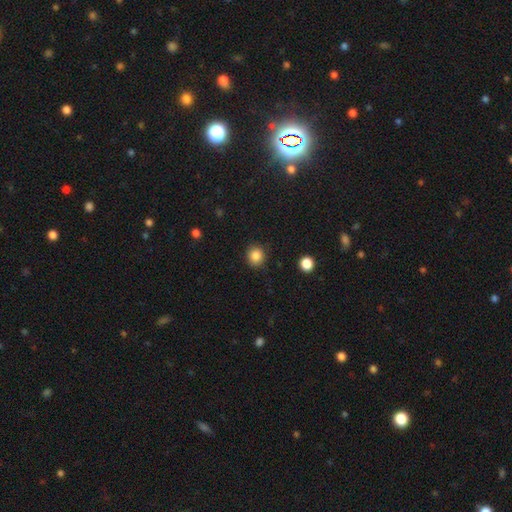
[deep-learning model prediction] The model was most divided on "how rounded": round: 87%, in between: 12%, cigar-shaped: 1%. More confident: merging — none (89%); smooth or featured — smooth (86%).